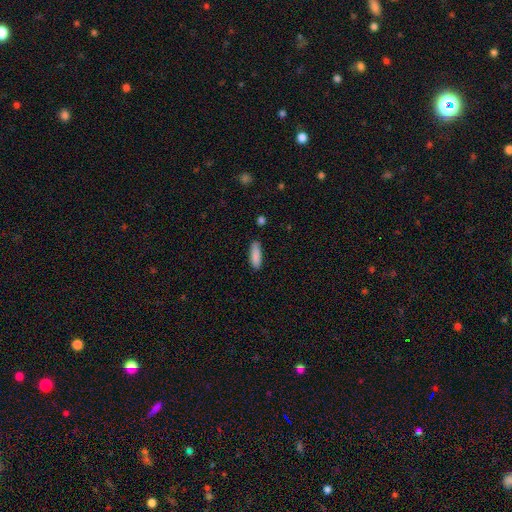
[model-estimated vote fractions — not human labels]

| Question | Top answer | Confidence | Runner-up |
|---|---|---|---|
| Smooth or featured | smooth | 87% | featured or disk (6%) |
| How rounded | cigar-shaped | 50% | in between (49%) |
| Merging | none | 83% | minor disturbance (13%) |